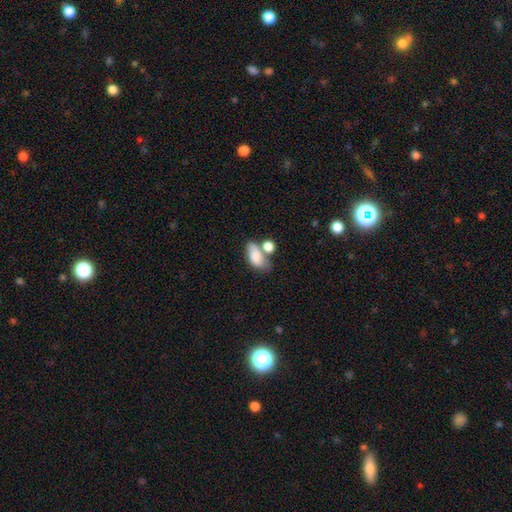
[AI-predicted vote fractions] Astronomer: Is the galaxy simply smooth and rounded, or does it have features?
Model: smooth — 78%.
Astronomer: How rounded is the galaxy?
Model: in between — 89%.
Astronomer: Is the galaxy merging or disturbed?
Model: merger — 41% (runner-up: none, 31%).